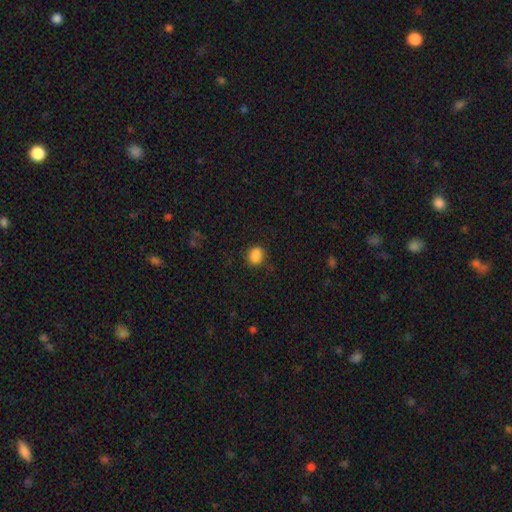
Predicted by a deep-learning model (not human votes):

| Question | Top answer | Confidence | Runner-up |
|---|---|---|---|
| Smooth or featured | smooth | 85% | star or artifact (11%) |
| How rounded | in between | 52% | round (47%) |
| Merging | none | 72% | minor disturbance (19%) |